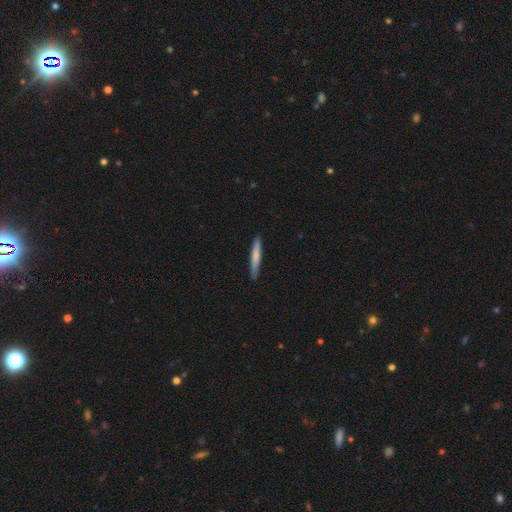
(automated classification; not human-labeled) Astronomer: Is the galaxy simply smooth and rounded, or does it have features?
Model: smooth — 72%.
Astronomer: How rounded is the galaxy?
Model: cigar-shaped — 95%.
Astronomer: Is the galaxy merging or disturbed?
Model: none — 90%.